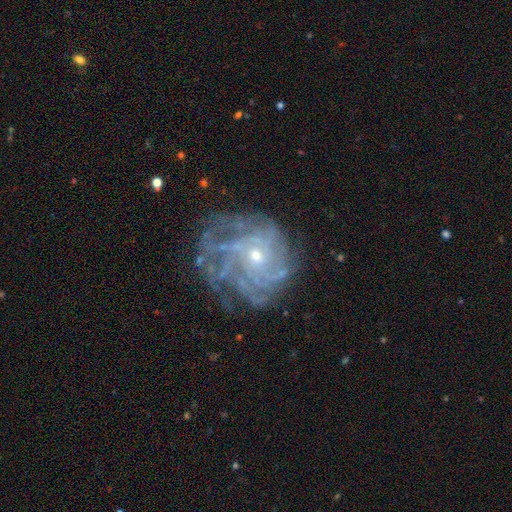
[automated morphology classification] type=featured or disk (83%); edge-on=no (97%); bar=no (78%); spiral arms=yes (91%); winding=tight (62%); arm count=can't tell (33%); bulge=small (70%); merging=none (67%).